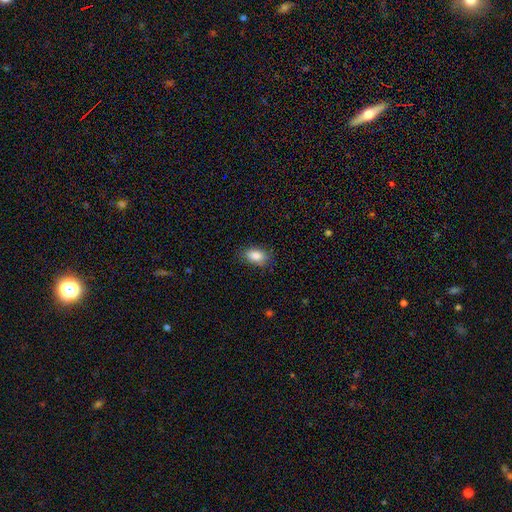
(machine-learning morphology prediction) smooth 85%, star or artifact 8%, featured or disk 7%. Down the decision tree: how rounded — in between (88%); merging — none (81%).